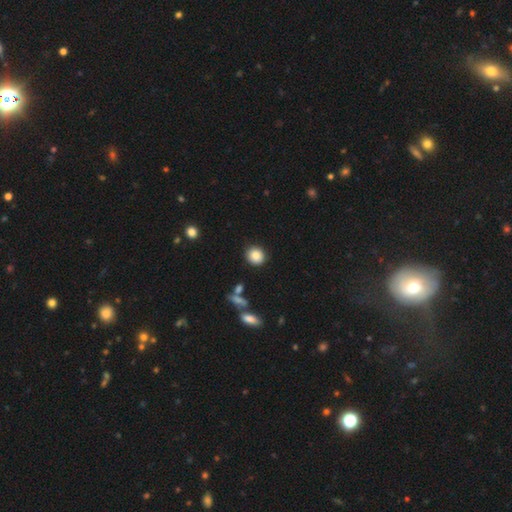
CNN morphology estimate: Q: Smooth or featured?
A: smooth (85%); runner-up: star or artifact (9%)
Q: How rounded?
A: round (84%); runner-up: in between (15%)
Q: Merging?
A: none (88%); runner-up: minor disturbance (8%)